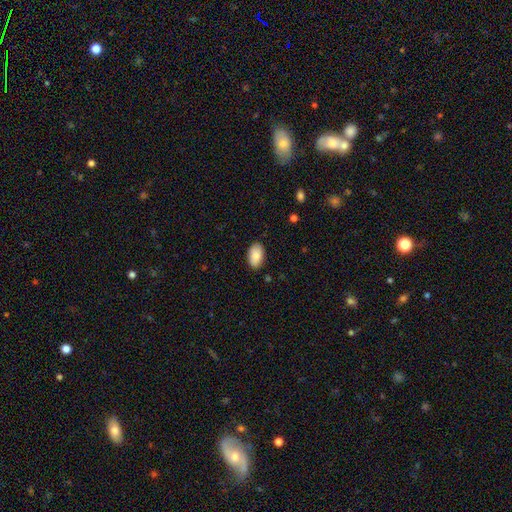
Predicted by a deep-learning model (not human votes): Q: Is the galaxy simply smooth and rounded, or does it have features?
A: smooth — 87%.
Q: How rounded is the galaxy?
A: in between — 94%.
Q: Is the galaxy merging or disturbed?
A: none — 86%.